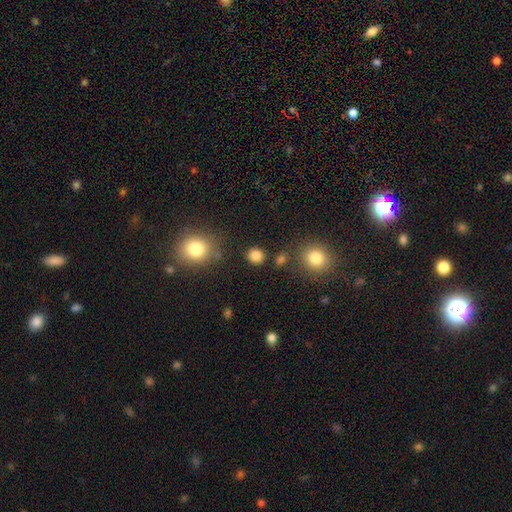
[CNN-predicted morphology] This appears to be a smooth galaxy with no disk features (85%) that is round (86%). Merging: none (84%).